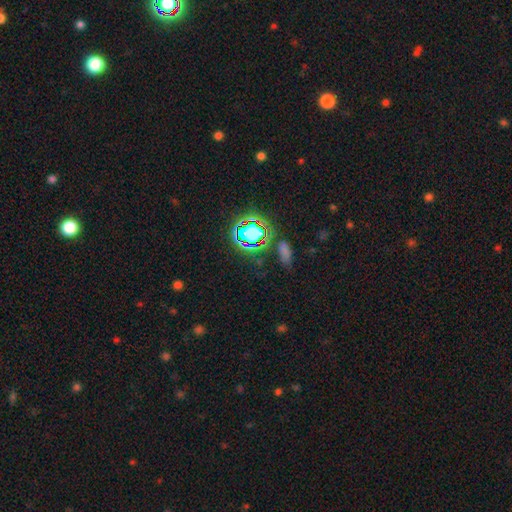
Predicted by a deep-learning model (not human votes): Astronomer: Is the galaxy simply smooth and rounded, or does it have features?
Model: star or artifact — 78%.